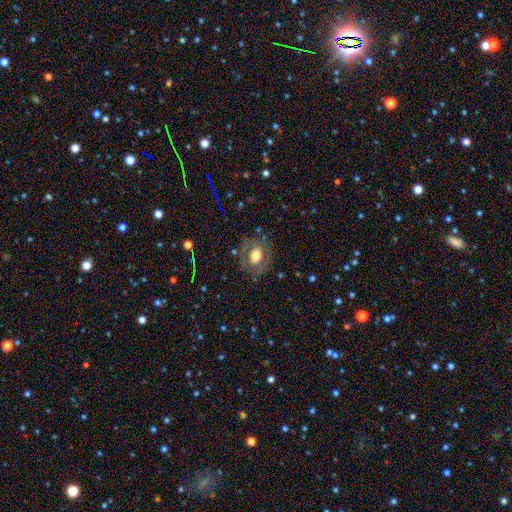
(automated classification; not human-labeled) smooth 52%, featured or disk 39%, star or artifact 8%. Down the decision tree: how rounded — round (60%); merging — none (77%).